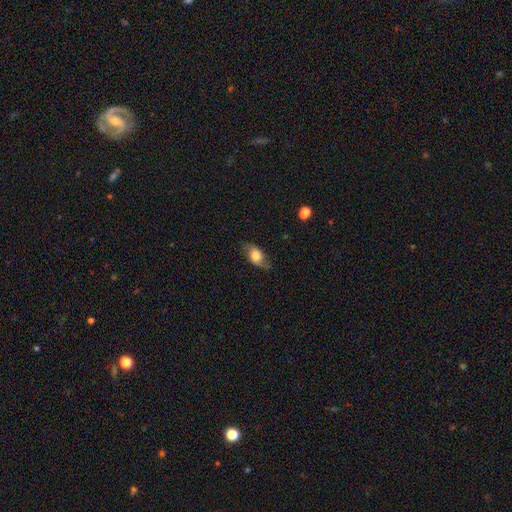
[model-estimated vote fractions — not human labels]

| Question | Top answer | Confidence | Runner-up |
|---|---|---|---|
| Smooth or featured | smooth | 60% | featured or disk (31%) |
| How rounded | in between | 80% | round (15%) |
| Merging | none | 73% | minor disturbance (20%) |